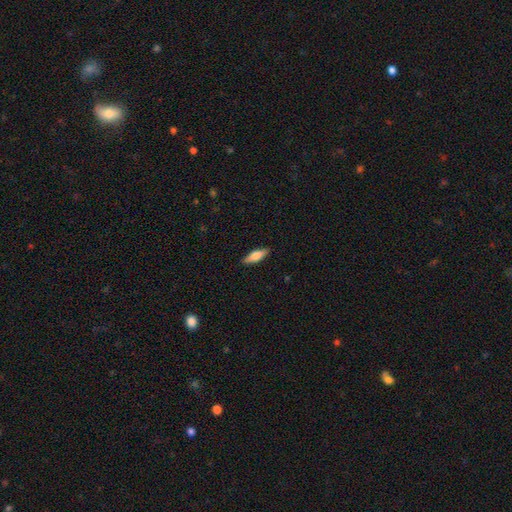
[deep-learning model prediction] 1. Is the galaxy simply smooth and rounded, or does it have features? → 64% smooth, 30% featured or disk, 6% star or artifact.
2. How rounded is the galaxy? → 49% in between, 48% cigar-shaped, 2% round.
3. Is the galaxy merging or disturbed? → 89% none, 8% minor disturbance, 2% major disturbance, 1% merger.